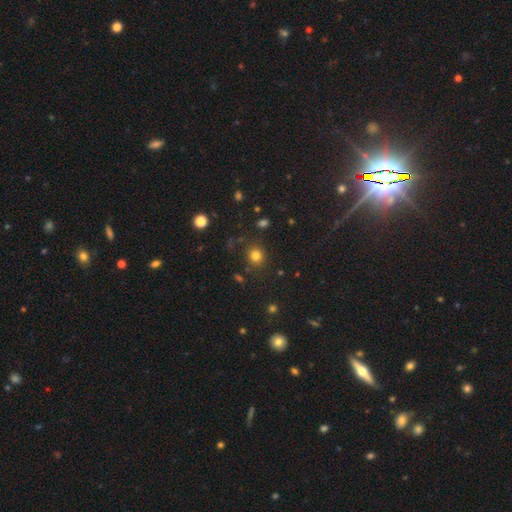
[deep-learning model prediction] A smooth galaxy with no disk features (78%) that is round (86%). Merging: none (84%).